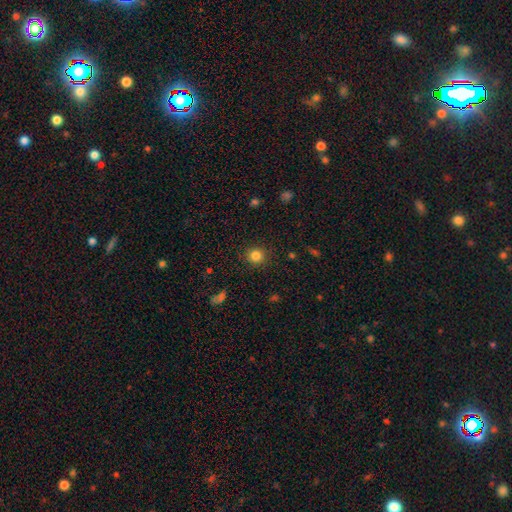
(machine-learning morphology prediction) This appears to be a smooth galaxy with no disk features (83%) that is round (91%). Merging: none (90%).